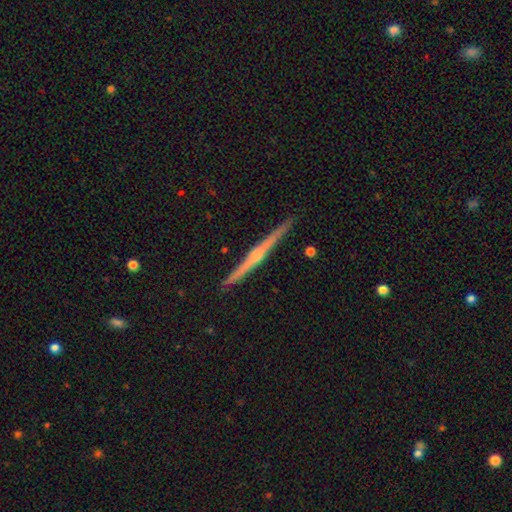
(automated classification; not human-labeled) This is likely a featured or disk galaxy (79%). It is clearly viewed edge-on (99%). Edge-on bulge: likely rounded (78%). Merging: clearly none (91%).